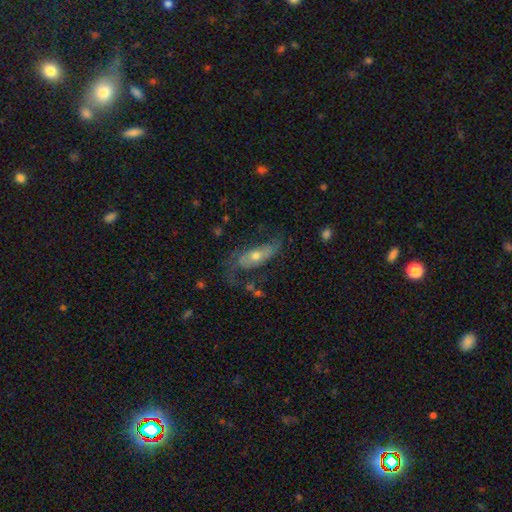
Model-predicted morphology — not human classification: Q: Smooth or featured?
A: featured or disk (66%); runner-up: smooth (26%)
Q: Edge-on disk?
A: no (84%); runner-up: yes (16%)
Q: Bar?
A: no (68%); runner-up: weak (22%)
Q: Spiral arms?
A: yes (81%); runner-up: no (19%)
Q: Bulge size?
A: moderate (58%); runner-up: small (33%)
Q: Merging?
A: none (52%); runner-up: major disturbance (23%)